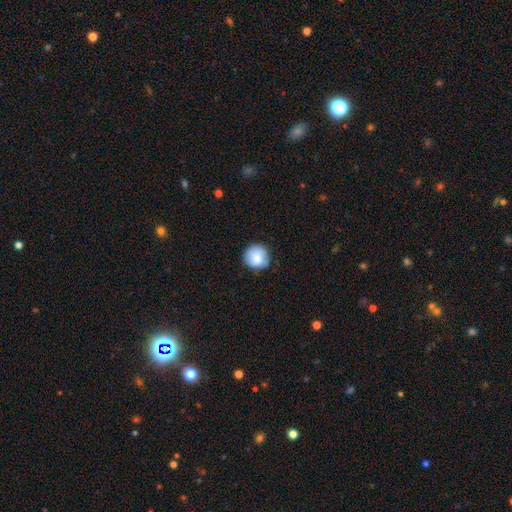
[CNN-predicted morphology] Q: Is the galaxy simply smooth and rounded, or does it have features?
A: smooth — 83%.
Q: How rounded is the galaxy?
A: round — 92%.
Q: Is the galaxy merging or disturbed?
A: none — 81%.